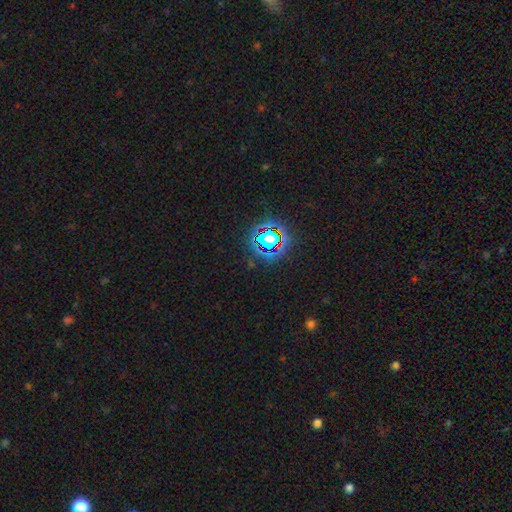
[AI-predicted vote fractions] Smooth or featured? star or artifact (78%)